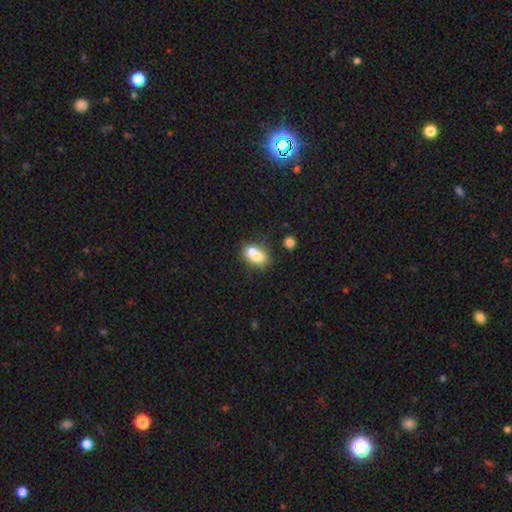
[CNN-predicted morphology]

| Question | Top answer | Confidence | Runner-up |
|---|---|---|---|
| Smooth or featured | smooth | 69% | featured or disk (21%) |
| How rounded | in between | 65% | round (33%) |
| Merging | merger | 56% | none (30%) |